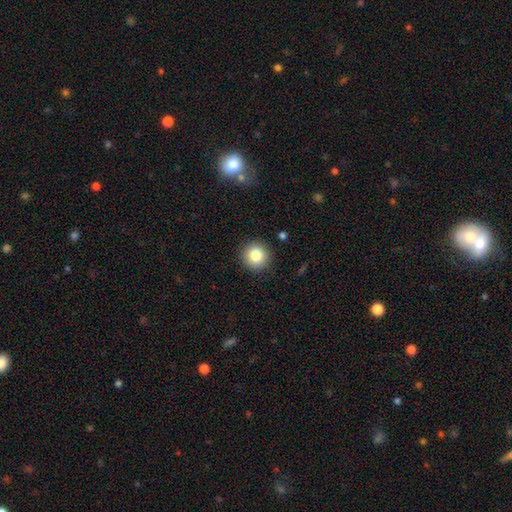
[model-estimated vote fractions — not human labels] Smooth or featured? Predicted: smooth (p=0.83). How rounded? Predicted: round (p=0.95). Merging? Predicted: none (p=0.91).